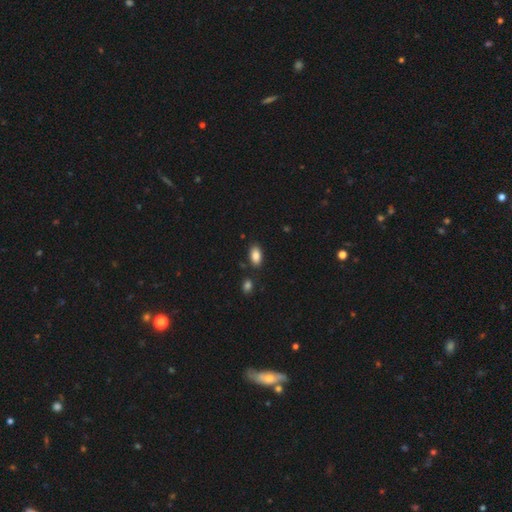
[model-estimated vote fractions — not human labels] A smooth galaxy with no disk features (87%) that is in between round and cigar-shaped (93%).

Vote fractions:
- Smooth or featured? smooth: 87% / star or artifact: 8% / featured or disk: 6%
- How rounded? in between: 93% / round: 4% / cigar-shaped: 3%
- Merging? none: 82% / minor disturbance: 11% / merger: 4% / major disturbance: 2%